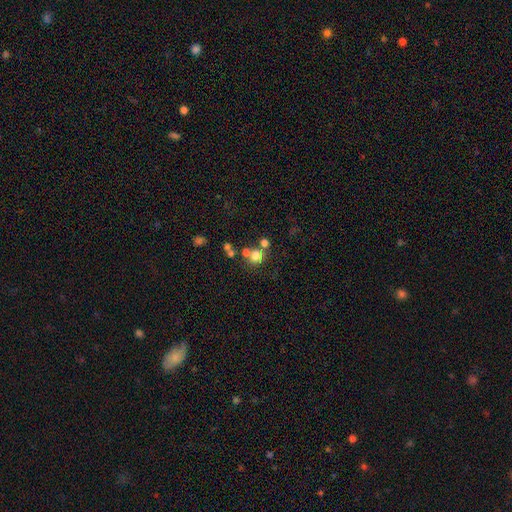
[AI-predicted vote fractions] Morphology: type=smooth (73%); roundness=round (87%); merging=none (56%).